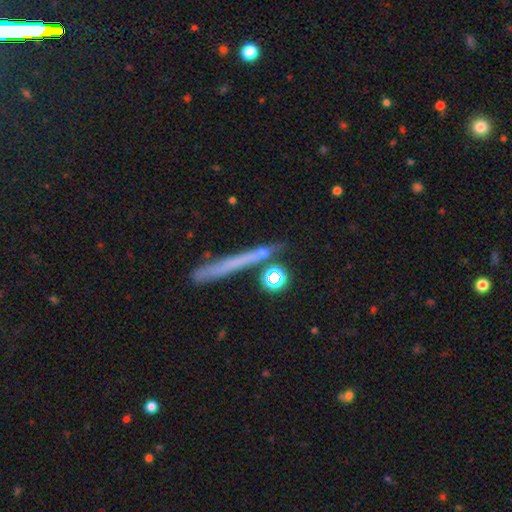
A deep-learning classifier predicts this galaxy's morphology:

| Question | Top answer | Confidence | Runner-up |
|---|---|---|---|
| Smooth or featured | smooth | 51% | featured or disk (32%) |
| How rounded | cigar-shaped | 80% | round (13%) |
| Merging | none | 73% | minor disturbance (13%) |